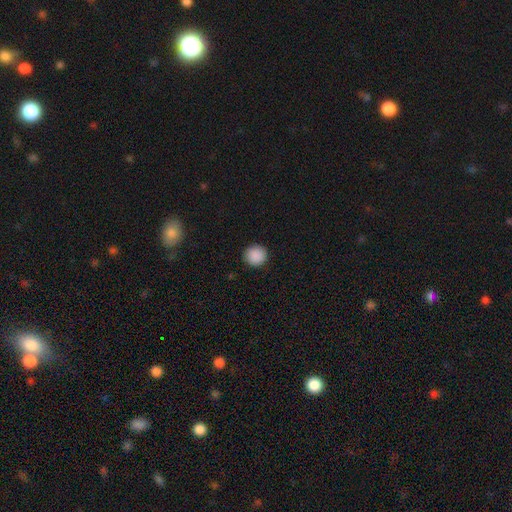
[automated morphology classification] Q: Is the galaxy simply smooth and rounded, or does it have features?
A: smooth — 89%.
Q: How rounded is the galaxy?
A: round — 93%.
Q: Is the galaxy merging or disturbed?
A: none — 92%.